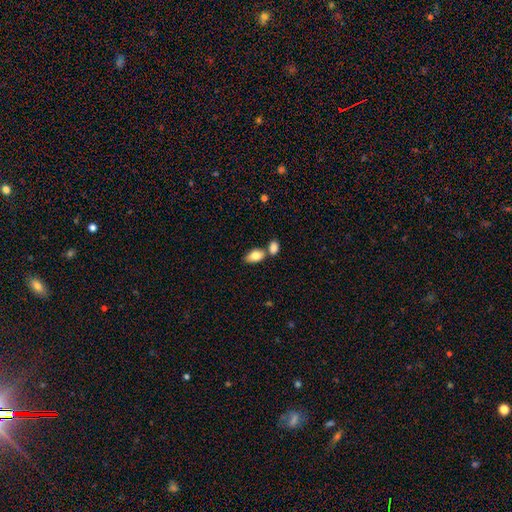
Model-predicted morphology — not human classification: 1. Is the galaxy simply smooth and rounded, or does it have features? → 83% smooth, 10% featured or disk, 7% star or artifact.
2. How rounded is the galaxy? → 91% in between, 7% round, 2% cigar-shaped.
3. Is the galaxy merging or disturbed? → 48% none, 38% merger, 11% minor disturbance, 3% major disturbance.